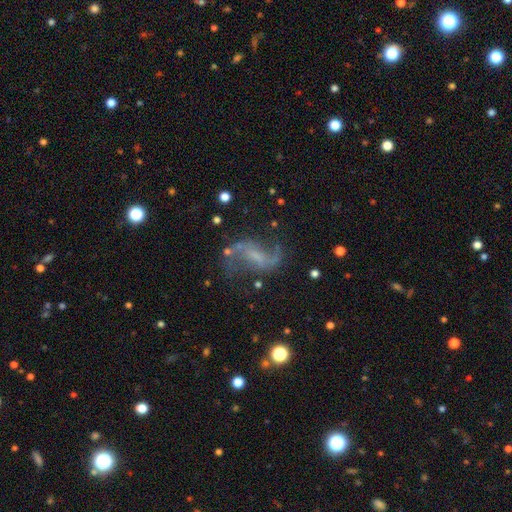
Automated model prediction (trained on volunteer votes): Q: Smooth or featured?
A: featured or disk (83%); runner-up: star or artifact (9%)
Q: Edge-on disk?
A: no (97%); runner-up: yes (3%)
Q: Bar?
A: weak (48%); runner-up: no (27%)
Q: Spiral arms?
A: yes (93%); runner-up: no (7%)
Q: Spiral winding?
A: loose (74%); runner-up: medium (22%)
Q: Spiral arm count?
A: 2 (91%); runner-up: can't tell (3%)
Q: Bulge size?
A: small (40%); tied with: none (40%)
Q: Merging?
A: none (65%); runner-up: minor disturbance (17%)